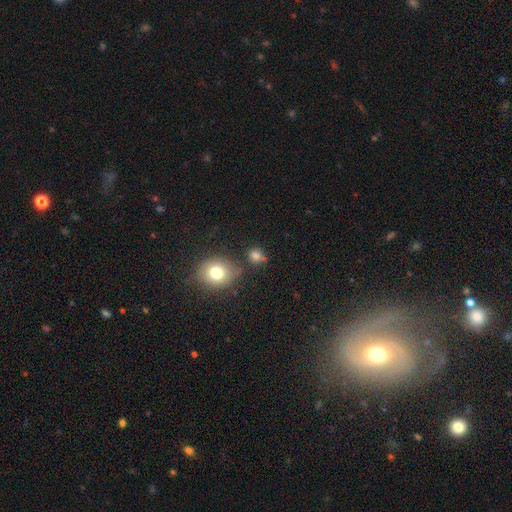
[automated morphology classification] smooth_or_featured: smooth (p=0.77) [alt: star or artifact p=0.15]
how_rounded: round (p=0.81) [alt: in between p=0.18]
merging: none (p=0.69) [alt: minor disturbance p=0.14]